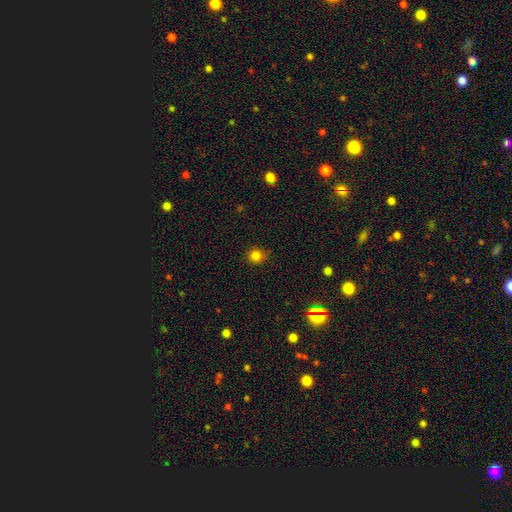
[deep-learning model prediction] Overall: smooth (82%). How rounded: round (91%). Merging: none (87%).